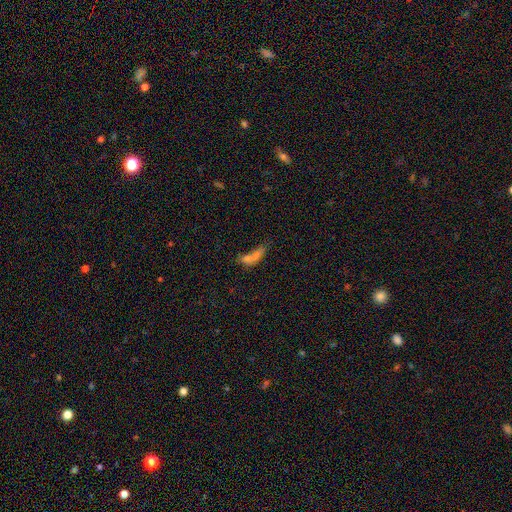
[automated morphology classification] Q: Smooth or featured?
A: smooth (63%); runner-up: featured or disk (21%)
Q: How rounded?
A: in between (60%); runner-up: cigar-shaped (31%)
Q: Merging?
A: merger (54%); runner-up: none (22%)